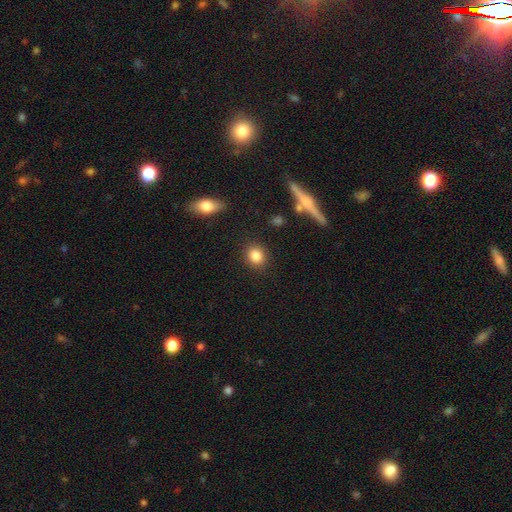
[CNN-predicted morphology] Smooth or featured?
  - smooth: 83% *
  - star or artifact: 11%
  - featured or disk: 6%
How rounded?
  - round: 71% *
  - in between: 27%
  - cigar-shaped: 2%
Merging?
  - none: 88% *
  - minor disturbance: 8%
  - major disturbance: 3%
  - merger: 2%